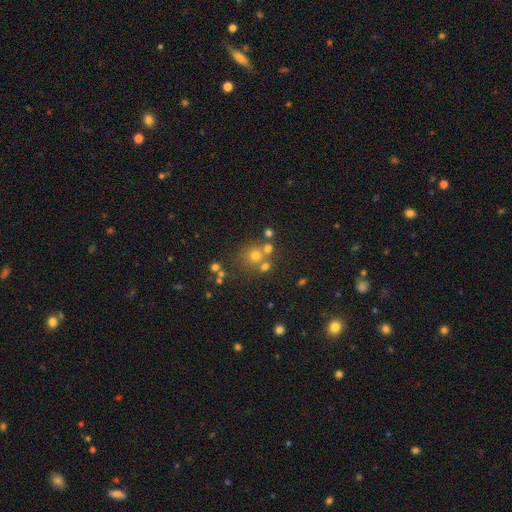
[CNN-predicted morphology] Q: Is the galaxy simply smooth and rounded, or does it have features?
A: smooth — 60%.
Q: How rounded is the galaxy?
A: round — 87%.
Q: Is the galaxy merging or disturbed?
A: none — 60%.